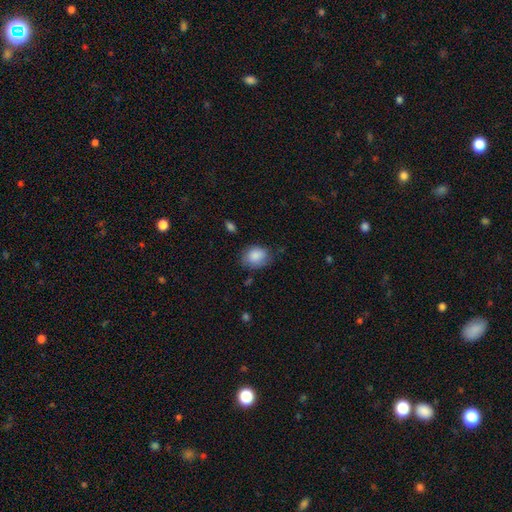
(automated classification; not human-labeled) Morphology: type=smooth (85%); roundness=in between (52%); merging=none (63%).